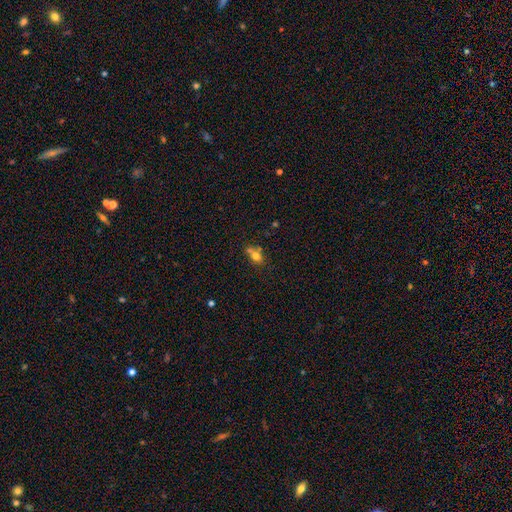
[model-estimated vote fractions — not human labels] This is likely a smooth galaxy (71%). How rounded: possibly in between (59%). Merging: marginally none (41%).